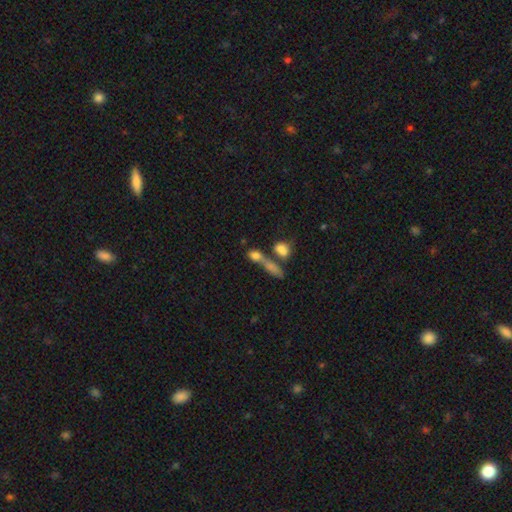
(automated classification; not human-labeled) This is likely a smooth galaxy (72%). How rounded: possibly in between (50%). Merging: possibly merger (50%).